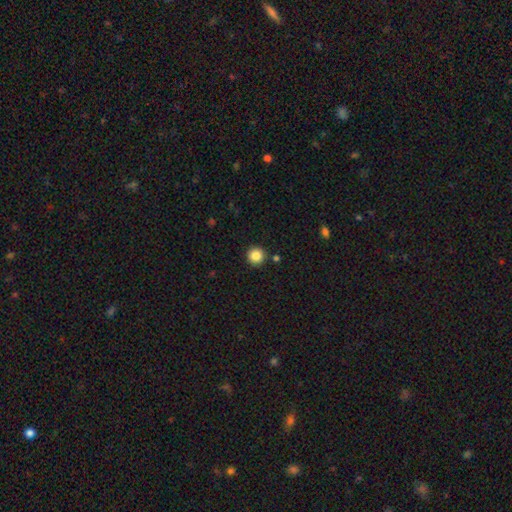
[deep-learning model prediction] The model was most divided on "smooth or featured": smooth: 86%, star or artifact: 10%, featured or disk: 4%. More confident: how rounded — round (96%); merging — none (91%).